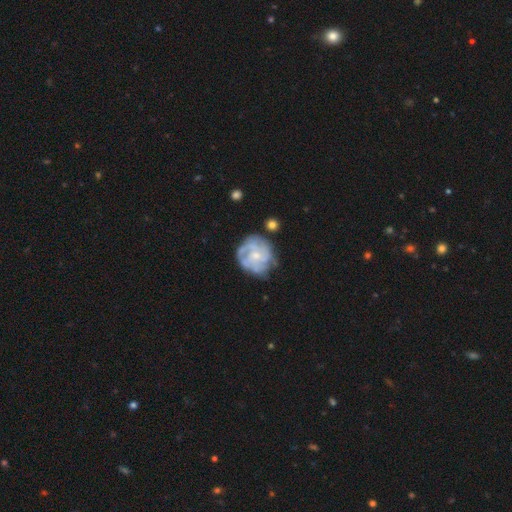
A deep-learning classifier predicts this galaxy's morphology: featured or disk 77%, smooth 17%, star or artifact 6%. Down the decision tree: edge-on disk — no (98%); bar — no (70%); spiral arms — yes (84%); spiral arm count — can't tell (38%); spiral winding — tight (53%); bulge size — small (63%); merging — none (64%).